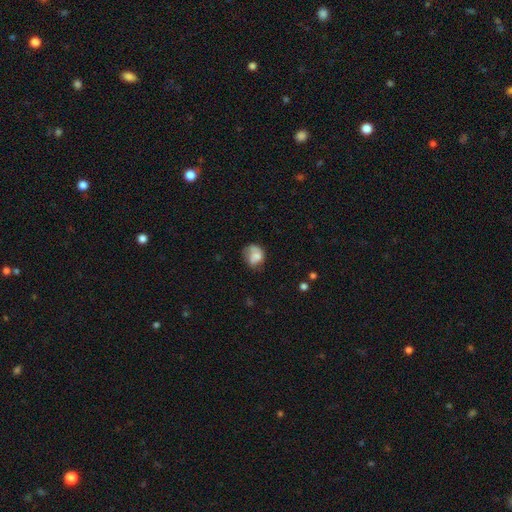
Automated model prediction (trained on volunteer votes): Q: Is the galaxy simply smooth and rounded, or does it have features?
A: smooth — 58%.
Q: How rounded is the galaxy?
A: round — 54%.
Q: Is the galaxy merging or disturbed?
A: none — 37%.